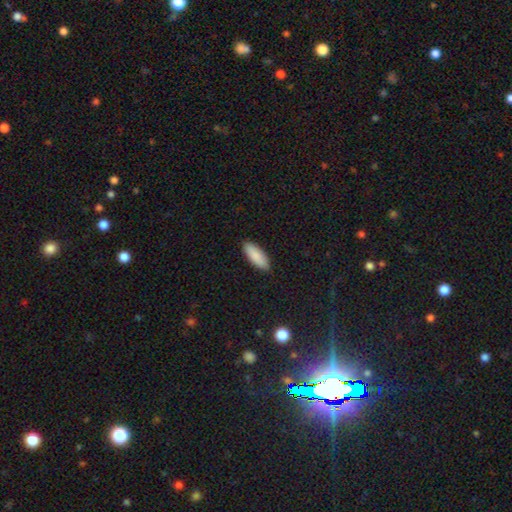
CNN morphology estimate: smooth-or-featured: smooth: 89% | featured or disk: 5% | star or artifact: 5%
  how-rounded: in between: 75% | cigar-shaped: 23% | round: 2%
  merging: none: 89% | minor disturbance: 9% | major disturbance: 2% | merger: 1%